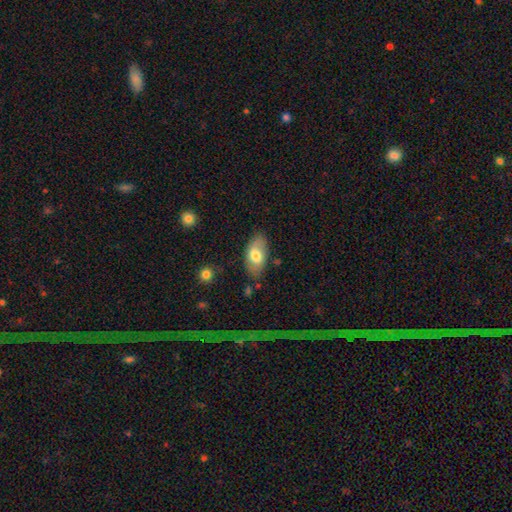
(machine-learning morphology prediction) smooth 70%, featured or disk 24%, star or artifact 6%. Down the decision tree: how rounded — in between (93%); merging — none (76%).